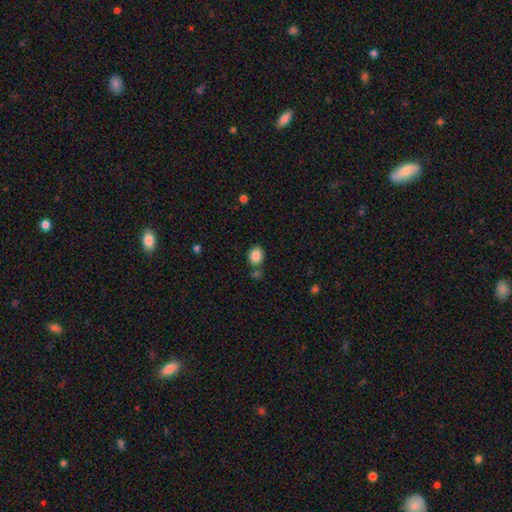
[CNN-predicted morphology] Smooth or featured? smooth (86%)
How rounded? round (51%)
Merging? none (71%)